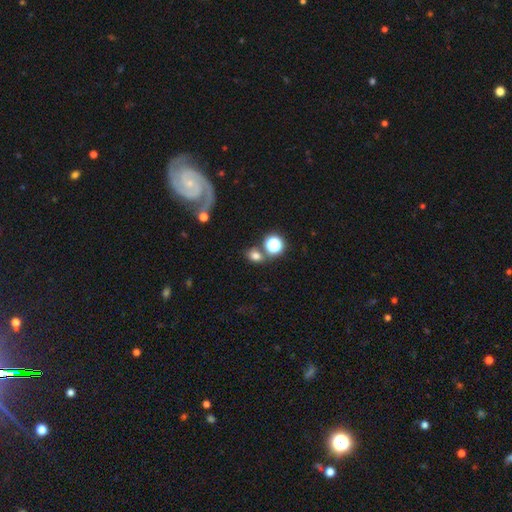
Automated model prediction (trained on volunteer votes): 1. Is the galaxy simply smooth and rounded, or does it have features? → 71% smooth, 20% star or artifact, 10% featured or disk.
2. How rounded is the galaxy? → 50% in between, 48% round, 2% cigar-shaped.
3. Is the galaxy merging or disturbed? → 65% none, 18% merger, 11% minor disturbance, 6% major disturbance.